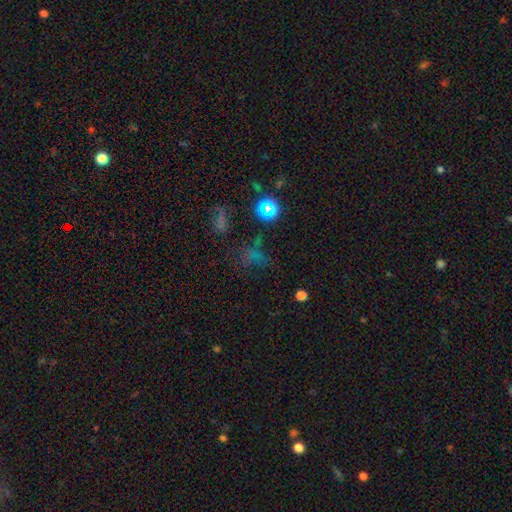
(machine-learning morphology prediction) A smooth galaxy with no disk features (44%).

Vote fractions:
- Smooth or featured? smooth: 44% / star or artifact: 42% / featured or disk: 14%
- Merging? none: 56% / major disturbance: 18% / minor disturbance: 18% / merger: 8%